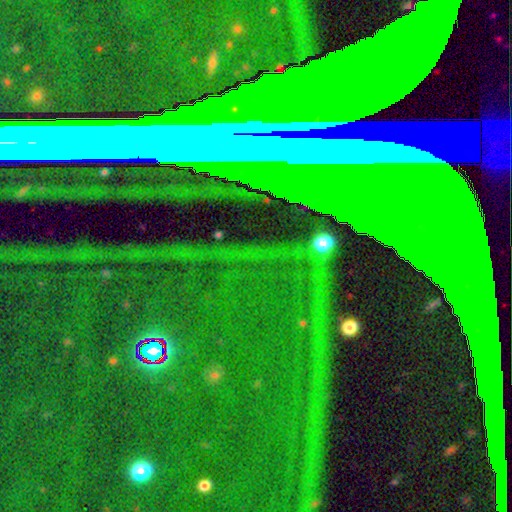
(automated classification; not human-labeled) The model was most divided on "smooth or featured": star or artifact: 79%, featured or disk: 11%, smooth: 9%.